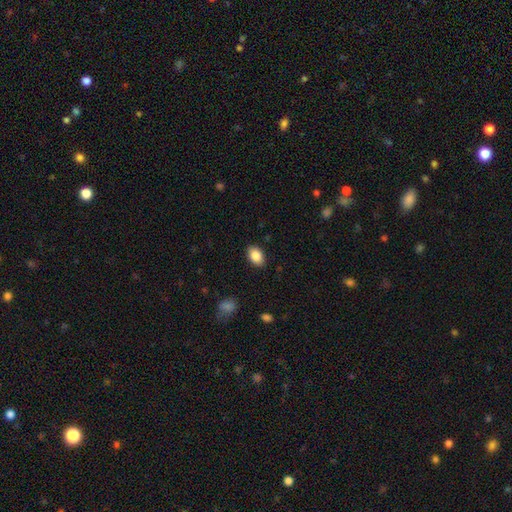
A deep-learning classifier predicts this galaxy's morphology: A smooth galaxy with no disk features (87%) that is in between round and cigar-shaped (86%). Merging: none (87%).